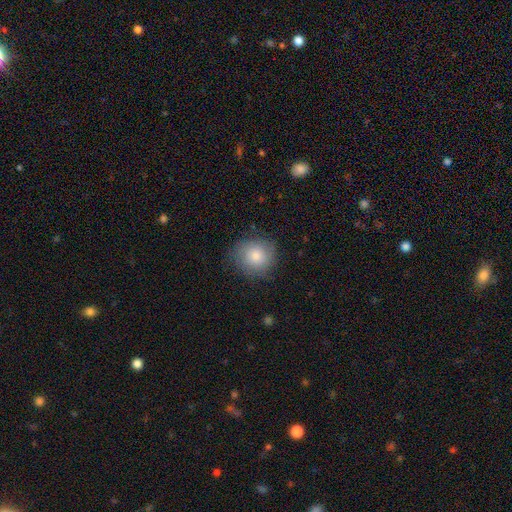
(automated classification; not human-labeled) smooth 79%, featured or disk 13%, star or artifact 8%. Down the decision tree: how rounded — round (87%); merging — none (80%).